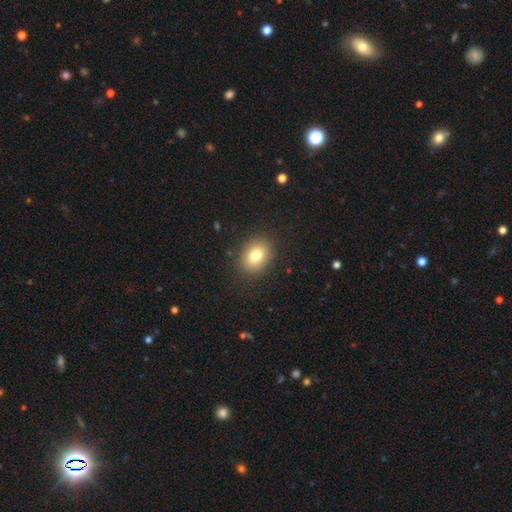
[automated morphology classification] Smooth or featured? Predicted: smooth (p=0.79). How rounded? Predicted: in between (p=0.54). Merging? Predicted: none (p=0.87).